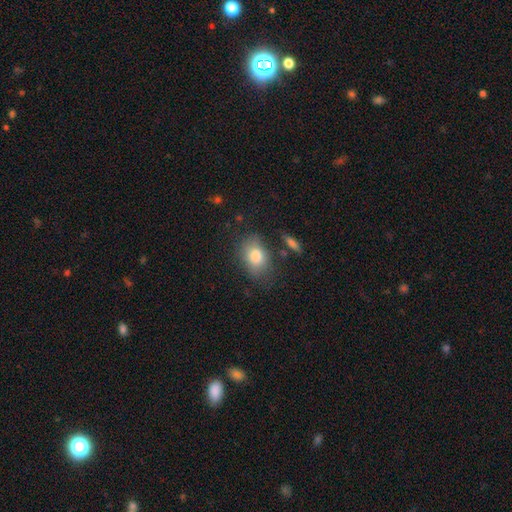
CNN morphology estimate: Overall: smooth (80%). How rounded: in between (77%). Merging: none (68%).